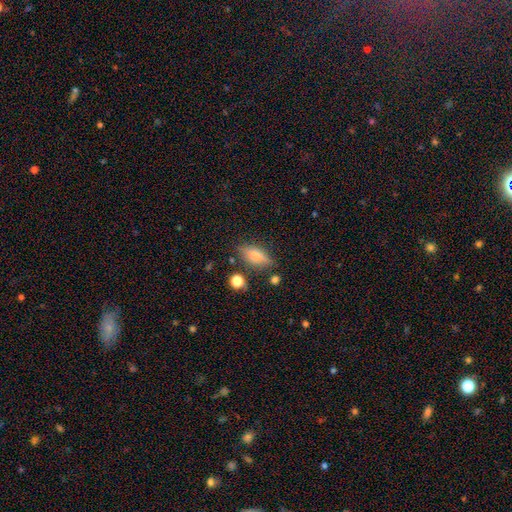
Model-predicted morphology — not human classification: Q: Smooth or featured?
A: smooth (61%); runner-up: featured or disk (29%)
Q: How rounded?
A: in between (74%); runner-up: cigar-shaped (20%)
Q: Merging?
A: none (72%); runner-up: minor disturbance (19%)